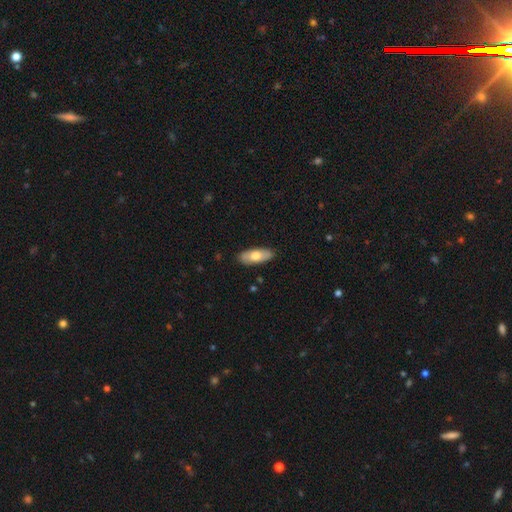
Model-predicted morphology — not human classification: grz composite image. It shows a smooth galaxy with no disk features (67%) that is in between round and cigar-shaped (80%). Merging: none (87%).